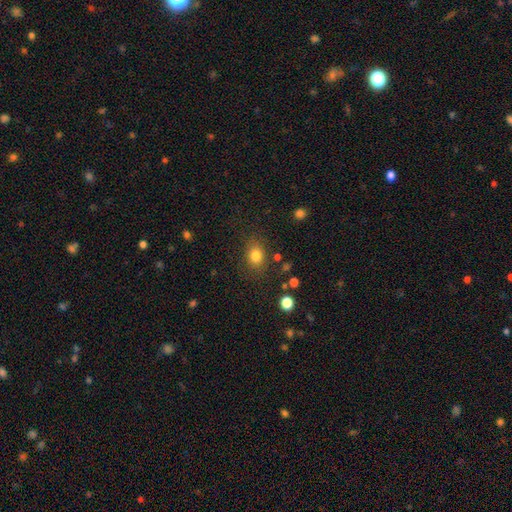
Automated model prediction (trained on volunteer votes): A smooth galaxy with no disk features (82%) that is in between round and cigar-shaped (50%). Merging: none (80%).